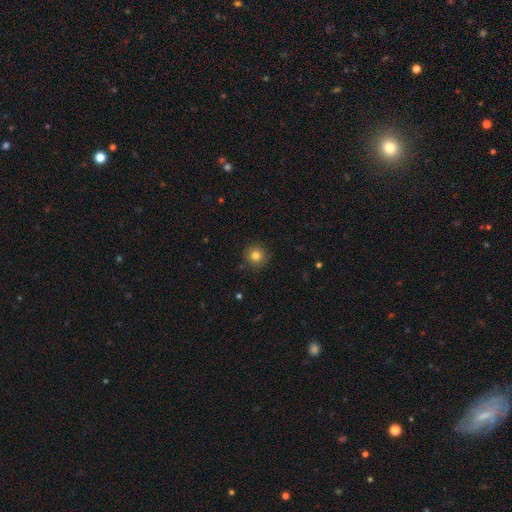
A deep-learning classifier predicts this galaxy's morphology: smooth_or_featured: smooth (p=0.81) [alt: star or artifact p=0.13]
how_rounded: round (p=0.95) [alt: in between p=0.05]
merging: none (p=0.89) [alt: minor disturbance p=0.07]